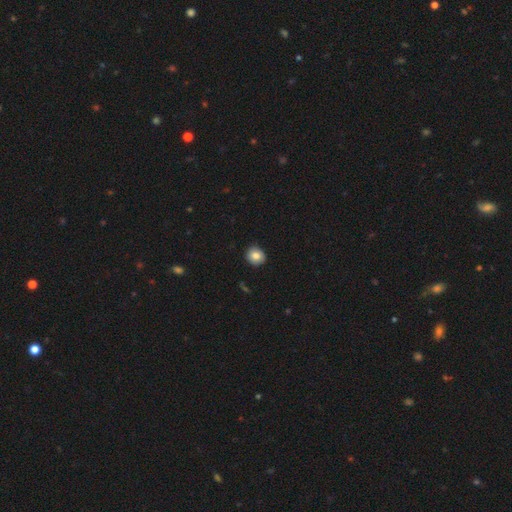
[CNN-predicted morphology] Smooth or featured?
  - smooth: 82% *
  - featured or disk: 9%
  - star or artifact: 9%
How rounded?
  - round: 83% *
  - in between: 16%
  - cigar-shaped: 1%
Merging?
  - none: 89% *
  - minor disturbance: 8%
  - major disturbance: 2%
  - merger: 1%